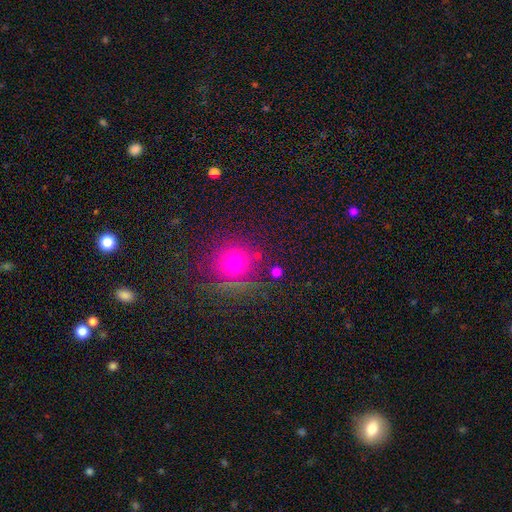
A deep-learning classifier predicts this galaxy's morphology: smooth 67%, star or artifact 24%, featured or disk 9%. Down the decision tree: how rounded — round (91%); merging — none (81%).